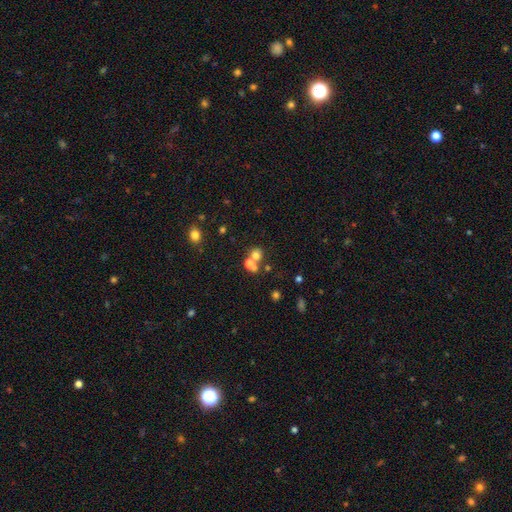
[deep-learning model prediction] Q: Smooth or featured?
A: smooth (68%); runner-up: star or artifact (18%)
Q: How rounded?
A: round (73%); runner-up: in between (26%)
Q: Merging?
A: merger (48%); runner-up: none (40%)